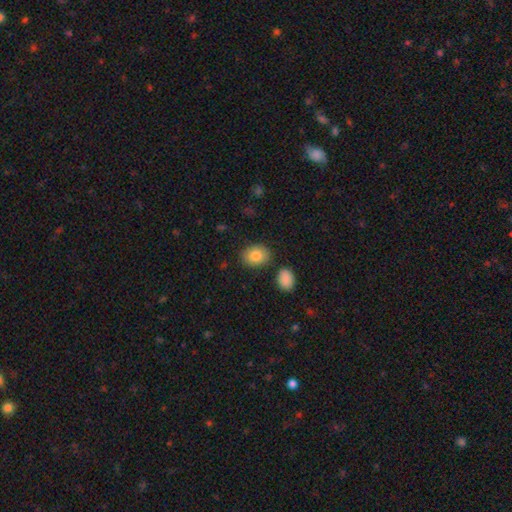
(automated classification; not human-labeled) Smooth or featured: smooth — 84% (featured or disk — 8%)
How rounded: in between — 61% (round — 38%)
Merging: none — 81% (minor disturbance — 11%)